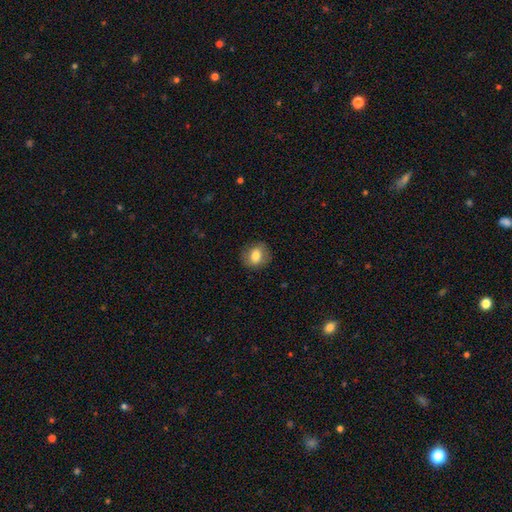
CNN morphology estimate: Smooth or featured?
  - smooth: 77% *
  - featured or disk: 14%
  - star or artifact: 8%
How rounded?
  - round: 66% *
  - in between: 33%
  - cigar-shaped: 1%
Merging?
  - none: 84% *
  - minor disturbance: 12%
  - major disturbance: 4%
  - merger: 1%